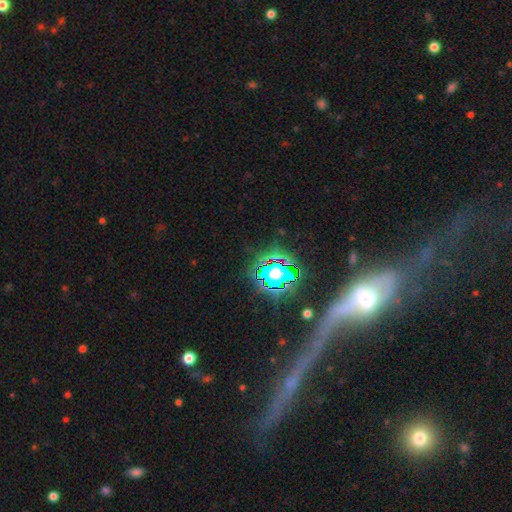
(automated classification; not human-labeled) star or artifact 41%, featured or disk 38%, smooth 21%.